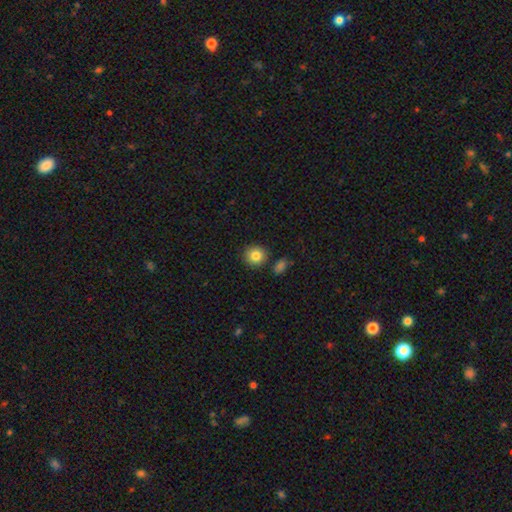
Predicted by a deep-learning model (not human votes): A smooth galaxy with no disk features (84%) that is round (90%).

Vote fractions:
- Smooth or featured? smooth: 84% / star or artifact: 9% / featured or disk: 7%
- How rounded? round: 90% / in between: 9% / cigar-shaped: 1%
- Merging? none: 86% / minor disturbance: 8% / merger: 5% / major disturbance: 2%